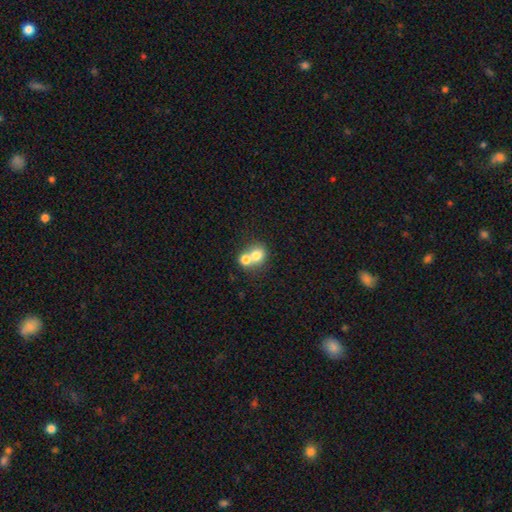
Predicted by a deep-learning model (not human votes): A smooth galaxy with no disk features (74%) that is round (69%). Merging: merger (61%).